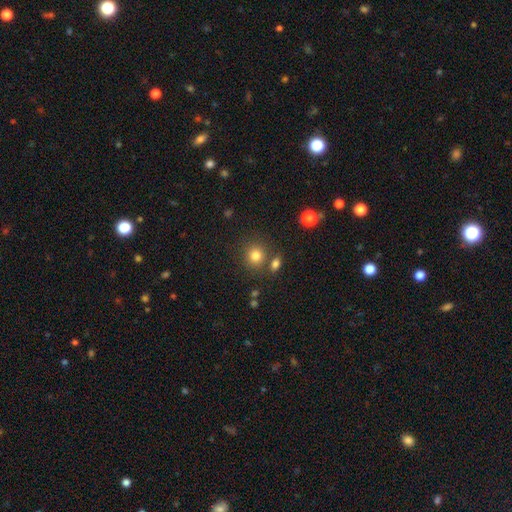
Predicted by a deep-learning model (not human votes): Smooth or featured?
  - smooth: 81% *
  - star or artifact: 13%
  - featured or disk: 7%
How rounded?
  - round: 86% *
  - in between: 13%
  - cigar-shaped: 1%
Merging?
  - none: 73% *
  - merger: 13%
  - minor disturbance: 10%
  - major disturbance: 4%